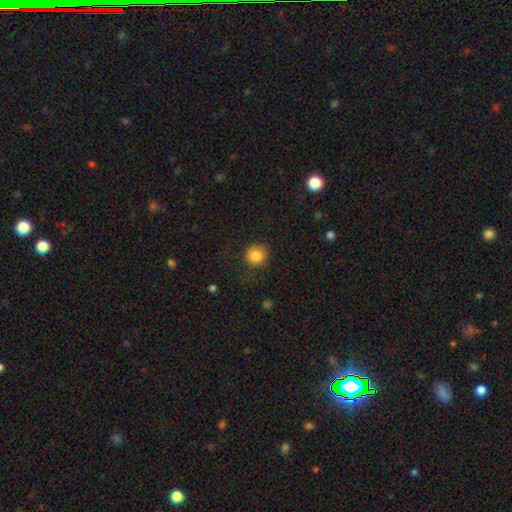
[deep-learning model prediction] This appears to be a smooth galaxy with no disk features (85%) that is round (92%). Merging: none (83%).